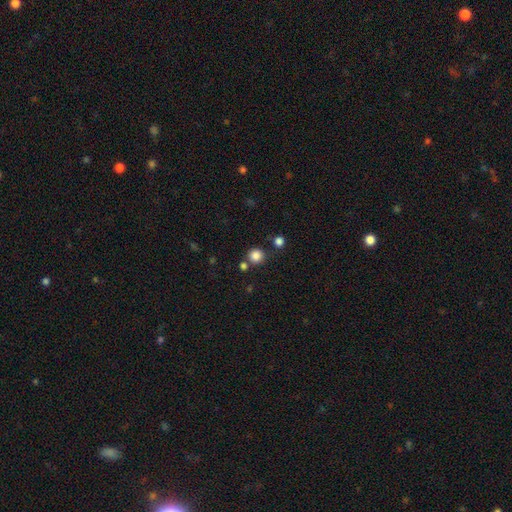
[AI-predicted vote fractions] Morphology: type=smooth (84%); roundness=round (93%); merging=none (78%).